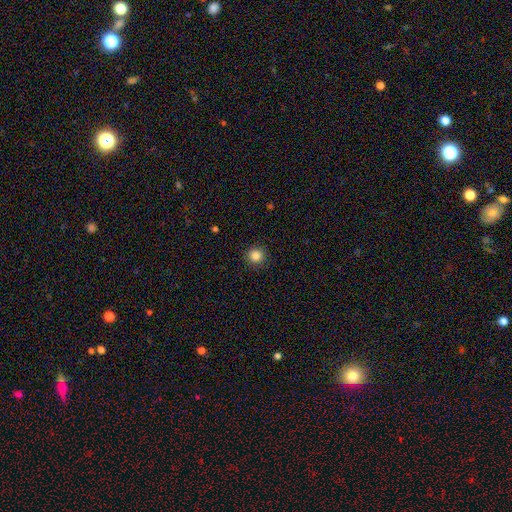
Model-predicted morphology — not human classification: Smooth or featured? Predicted: smooth (p=0.85). How rounded? Predicted: round (p=0.94). Merging? Predicted: none (p=0.92).